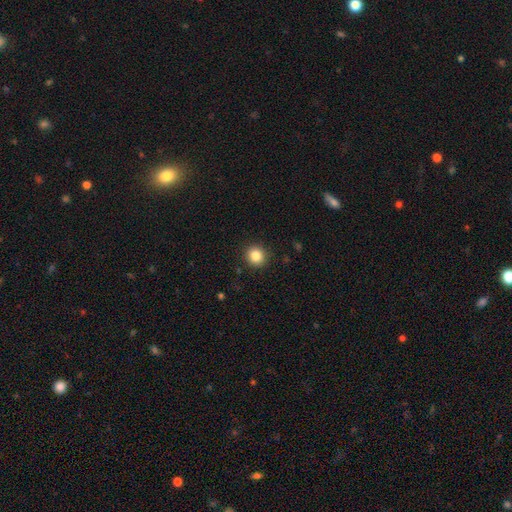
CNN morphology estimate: A smooth galaxy with no disk features (85%) that is round (91%). Merging: none (91%).